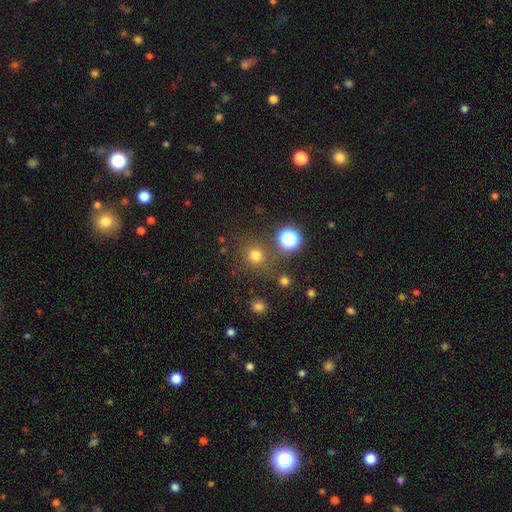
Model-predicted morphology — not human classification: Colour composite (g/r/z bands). It shows a smooth galaxy with no disk features (73%) that is round (92%). Merging: none (81%).